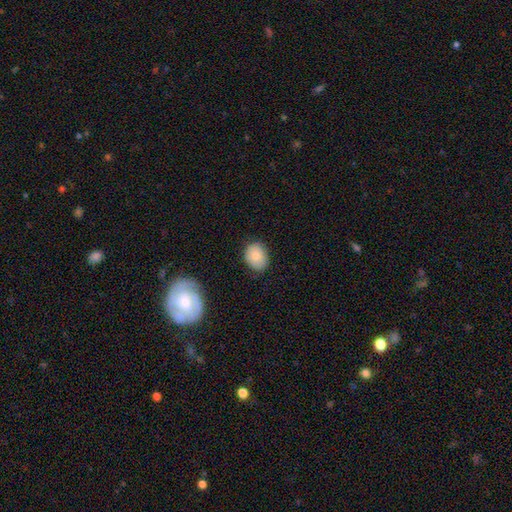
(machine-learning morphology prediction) This appears to be a smooth galaxy with no disk features (81%) that is in between round and cigar-shaped (54%). Merging: none (82%).